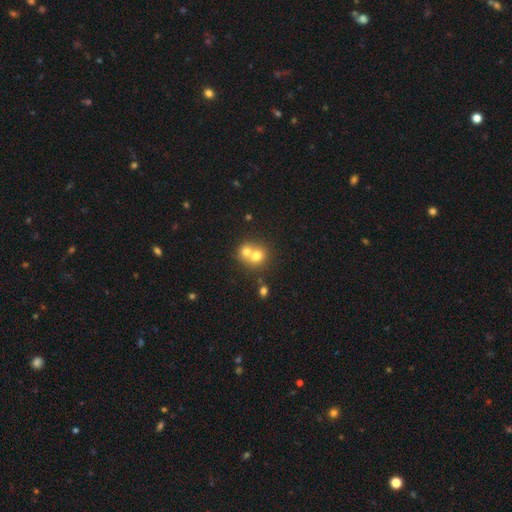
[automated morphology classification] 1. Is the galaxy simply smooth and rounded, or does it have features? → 69% smooth, 19% featured or disk, 12% star or artifact.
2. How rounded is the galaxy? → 78% round, 22% in between, 1% cigar-shaped.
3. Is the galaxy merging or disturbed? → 63% merger, 30% none, 5% minor disturbance, 2% major disturbance.